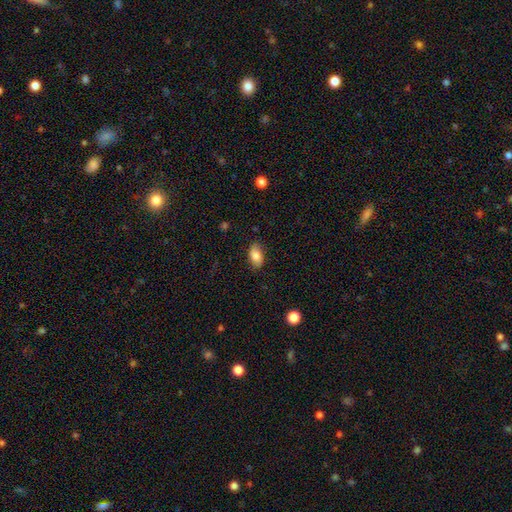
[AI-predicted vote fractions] smooth 79%, featured or disk 13%, star or artifact 7%. Down the decision tree: how rounded — in between (91%); merging — none (80%).